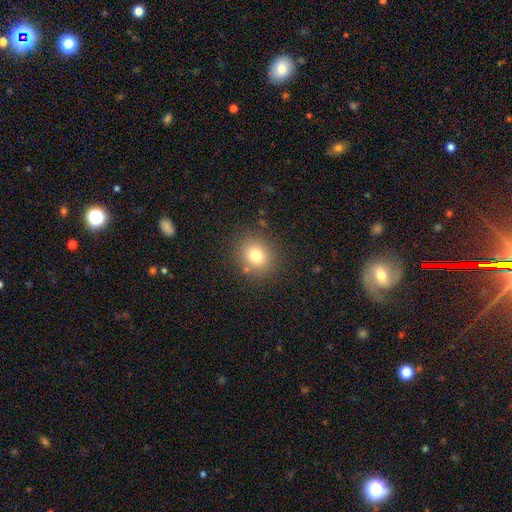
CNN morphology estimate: type=smooth (77%); roundness=round (78%); merging=none (85%).